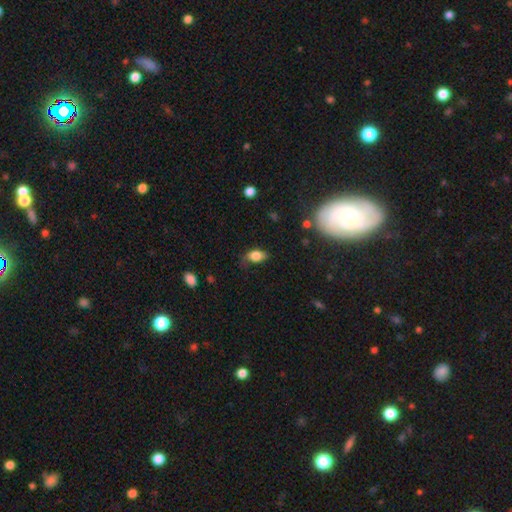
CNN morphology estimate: Smooth or featured: smooth — 80% (featured or disk — 12%)
How rounded: in between — 86% (round — 10%)
Merging: none — 51% (minor disturbance — 33%)